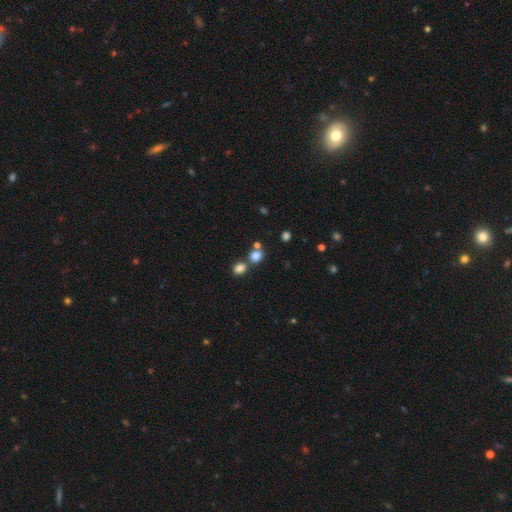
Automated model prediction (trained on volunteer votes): Smooth or featured? Predicted: smooth (p=0.79). How rounded? Predicted: round (p=0.65). Merging? Predicted: none (p=0.55).